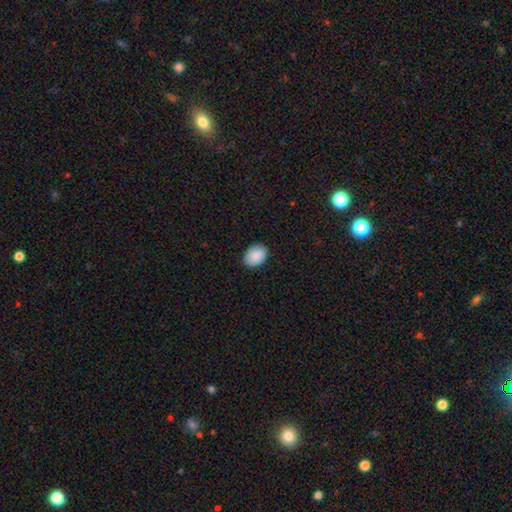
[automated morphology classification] Smooth or featured?
  - smooth: 90% *
  - star or artifact: 7%
  - featured or disk: 3%
How rounded?
  - in between: 74% *
  - round: 25%
  - cigar-shaped: 1%
Merging?
  - none: 87% *
  - minor disturbance: 10%
  - major disturbance: 2%
  - merger: 1%